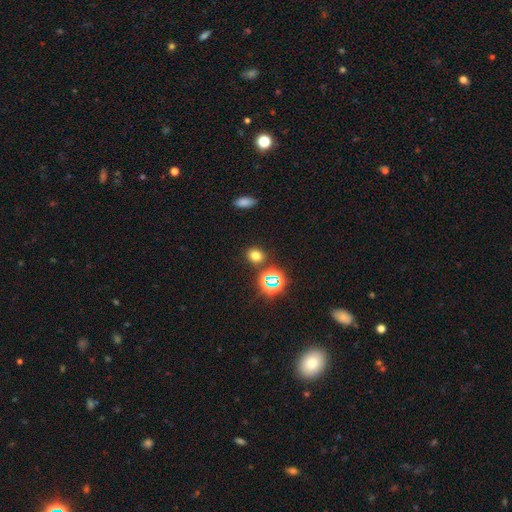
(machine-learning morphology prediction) Smooth or featured? smooth (68%)
How rounded? round (63%)
Merging? none (83%)